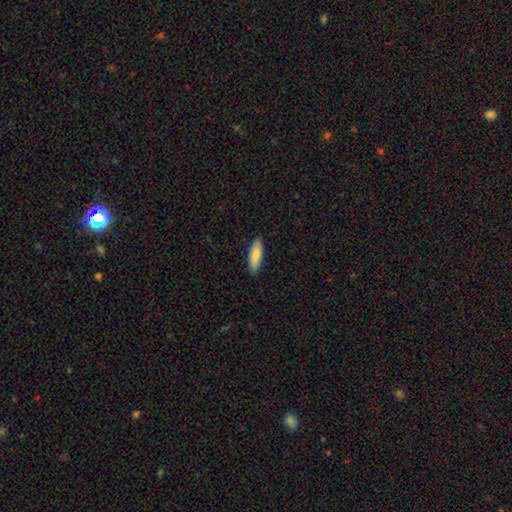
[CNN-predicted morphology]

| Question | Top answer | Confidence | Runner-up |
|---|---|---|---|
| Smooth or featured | smooth | 87% | featured or disk (7%) |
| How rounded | in between | 58% | cigar-shaped (41%) |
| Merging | none | 88% | minor disturbance (9%) |